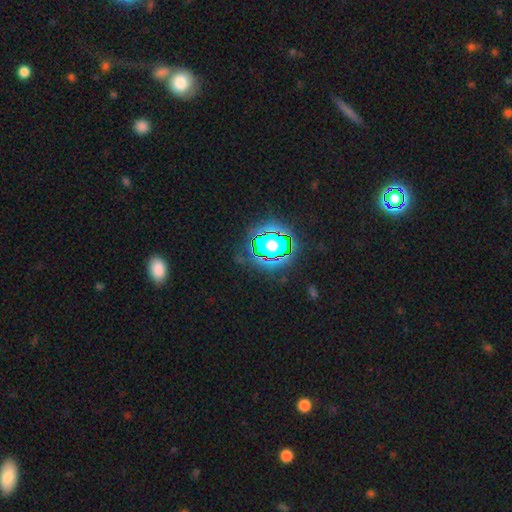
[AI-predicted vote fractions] smooth-or-featured: star or artifact: 80% | smooth: 12% | featured or disk: 8%